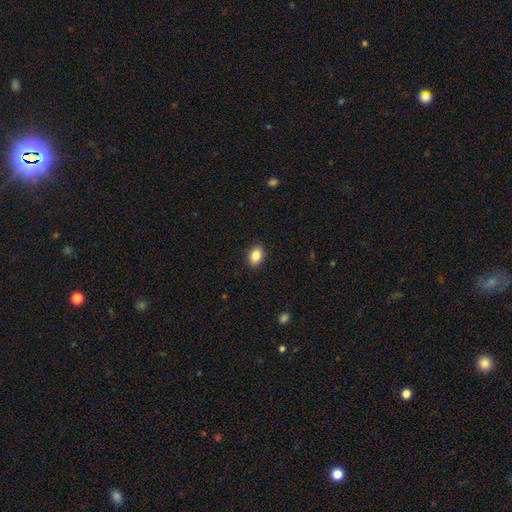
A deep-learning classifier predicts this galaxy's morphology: The model was most divided on "how rounded": in between: 82%, round: 17%, cigar-shaped: 1%. More confident: merging — none (90%); smooth or featured — smooth (86%).